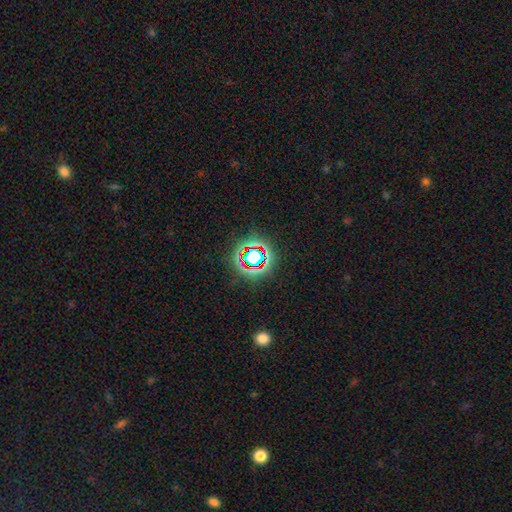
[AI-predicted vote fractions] Smooth or featured: star or artifact — 62% (smooth — 25%)